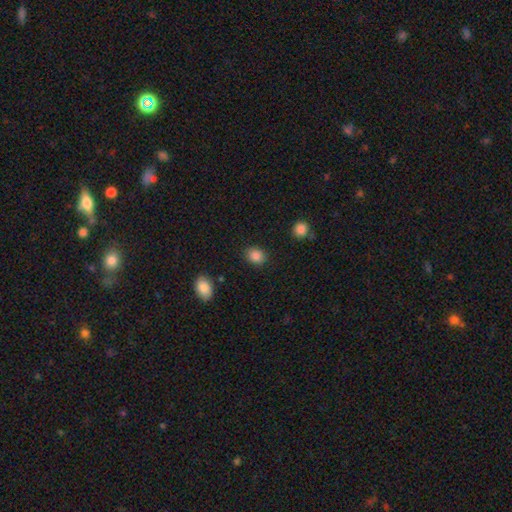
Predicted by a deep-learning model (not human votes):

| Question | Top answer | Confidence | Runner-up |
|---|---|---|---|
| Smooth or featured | smooth | 87% | star or artifact (9%) |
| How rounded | round | 58% | in between (41%) |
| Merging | none | 87% | minor disturbance (8%) |